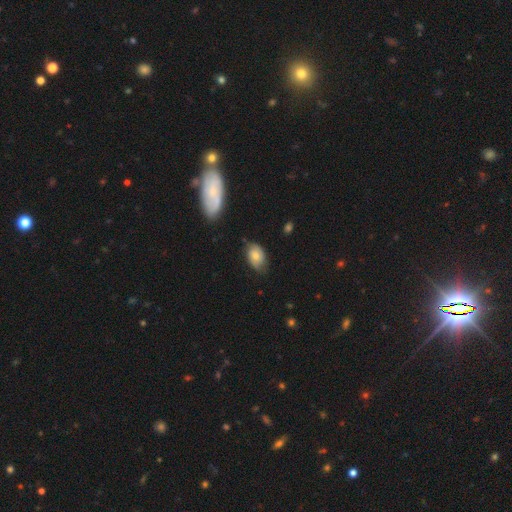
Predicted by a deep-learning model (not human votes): Q: Smooth or featured?
A: smooth (64%); runner-up: featured or disk (28%)
Q: How rounded?
A: in between (85%); runner-up: round (13%)
Q: Merging?
A: none (63%); runner-up: minor disturbance (29%)